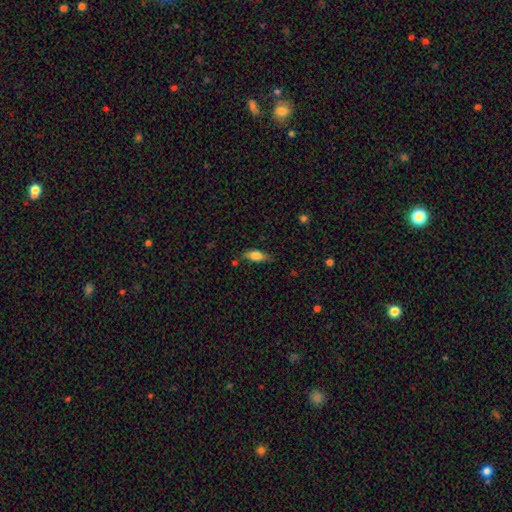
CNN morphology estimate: The model was most divided on "merging": none: 72%, minor disturbance: 21%, major disturbance: 5%, merger: 3%. More confident: how rounded — in between (76%); smooth or featured — smooth (75%).